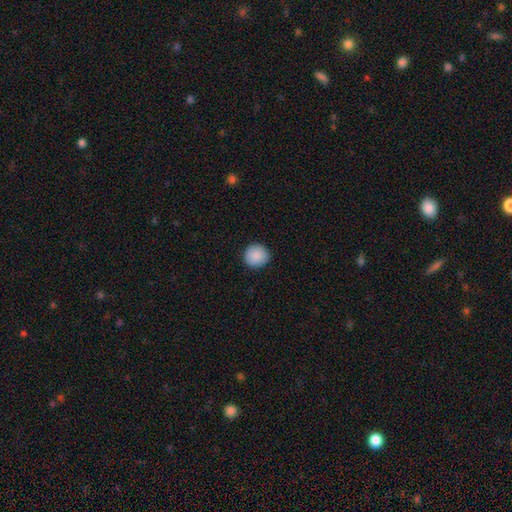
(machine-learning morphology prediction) Q: Smooth or featured?
A: smooth (89%); runner-up: star or artifact (7%)
Q: How rounded?
A: round (92%); runner-up: in between (7%)
Q: Merging?
A: none (91%); runner-up: minor disturbance (7%)